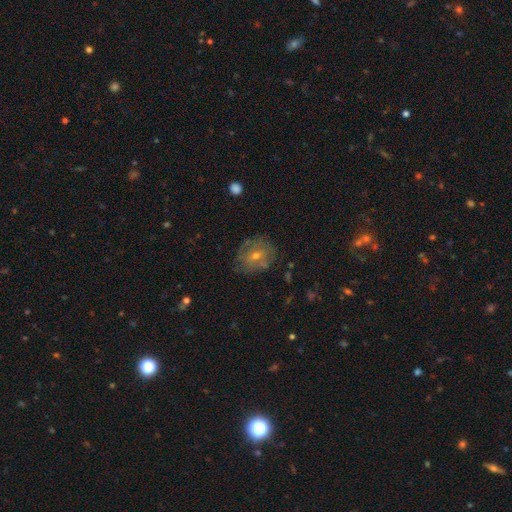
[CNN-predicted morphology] Smooth or featured: featured or disk — 48% (smooth — 38%)
Merging: none — 72% (minor disturbance — 18%)